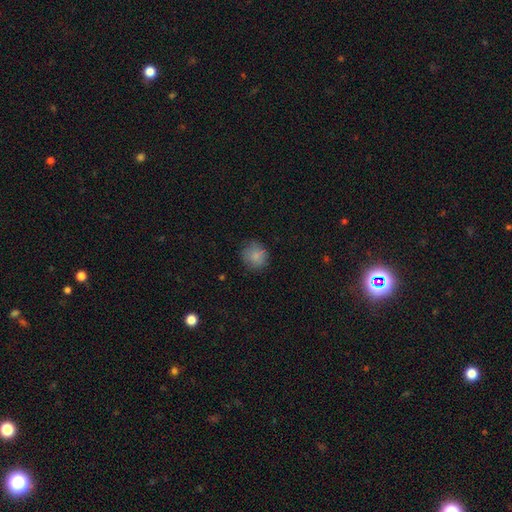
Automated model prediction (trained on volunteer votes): Smooth or featured? smooth (82%)
How rounded? round (85%)
Merging? none (79%)